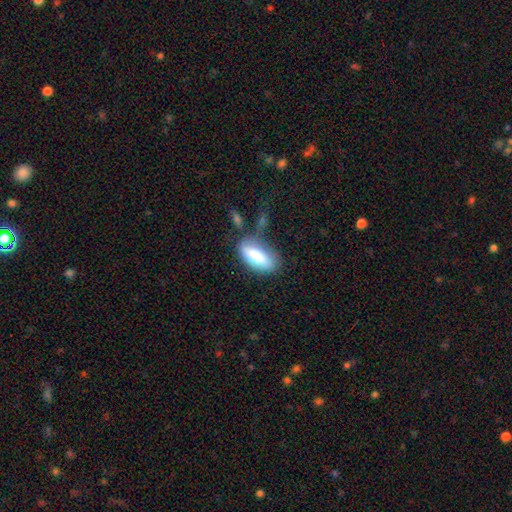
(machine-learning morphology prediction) A smooth galaxy with no disk features (78%) that is in between round and cigar-shaped (84%). Merging: none (49%).